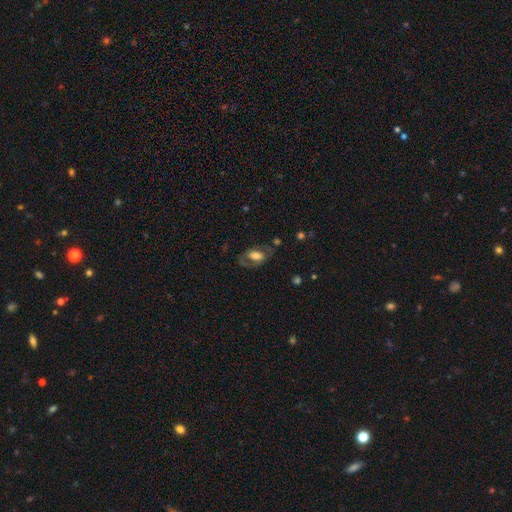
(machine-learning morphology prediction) The model was most divided on "smooth or featured": smooth: 48%, featured or disk: 45%, star or artifact: 7%. More confident: merging — none (63%).